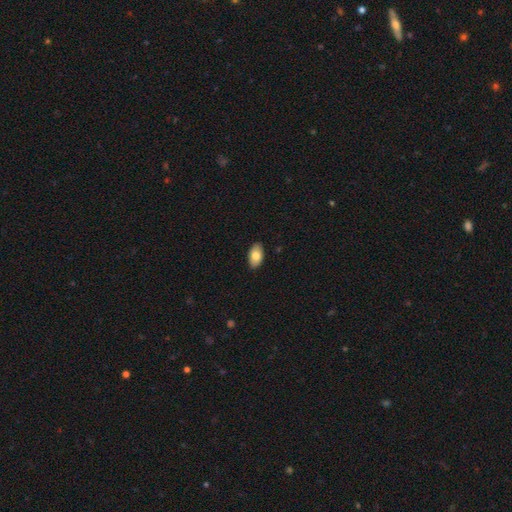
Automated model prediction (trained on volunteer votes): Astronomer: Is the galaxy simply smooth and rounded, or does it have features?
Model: smooth — 80%.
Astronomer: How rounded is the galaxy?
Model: in between — 94%.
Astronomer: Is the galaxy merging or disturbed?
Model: none — 88%.